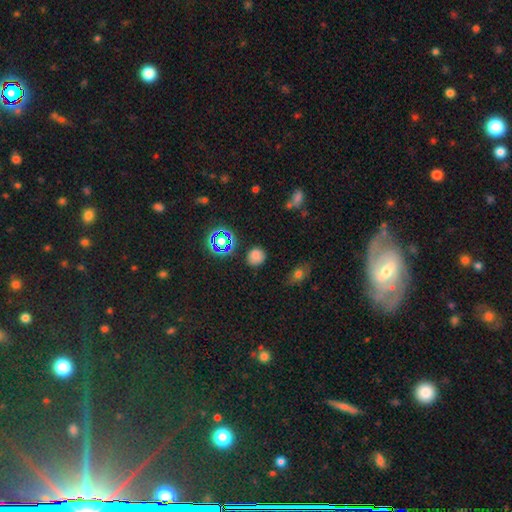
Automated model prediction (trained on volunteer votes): This appears to be a smooth galaxy with no disk features (71%) that is round (83%). Merging: none (82%).